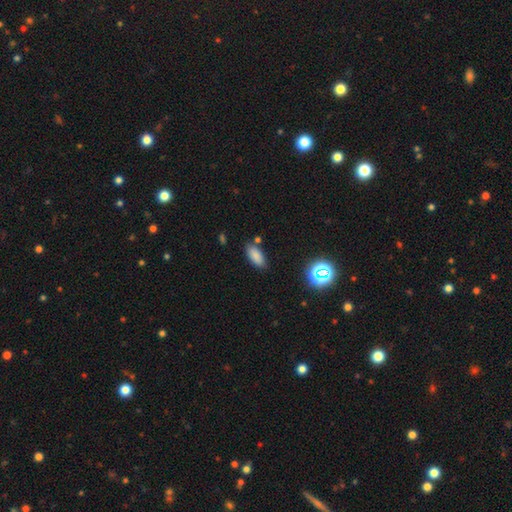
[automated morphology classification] Overall: smooth (84%). How rounded: in between (86%). Merging: none (80%).